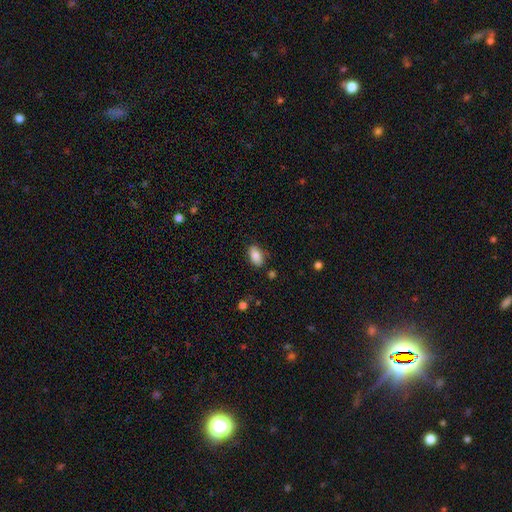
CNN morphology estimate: A smooth galaxy with no disk features (85%) that is in between round and cigar-shaped (92%).

Vote fractions:
- Smooth or featured? smooth: 85% / featured or disk: 7% / star or artifact: 7%
- How rounded? in between: 92% / round: 5% / cigar-shaped: 3%
- Merging? none: 80% / minor disturbance: 15% / major disturbance: 3% / merger: 2%